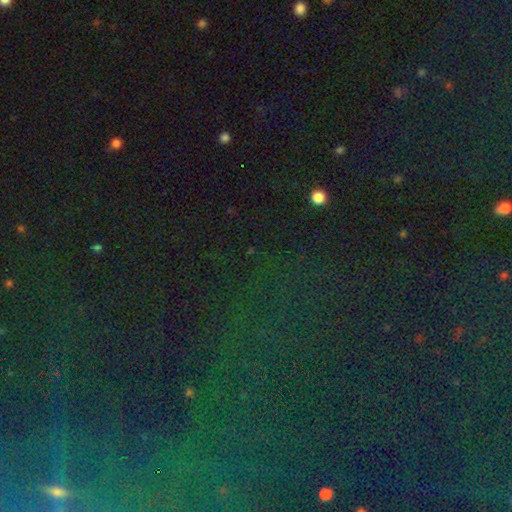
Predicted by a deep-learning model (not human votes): Overall: star or artifact (82%).